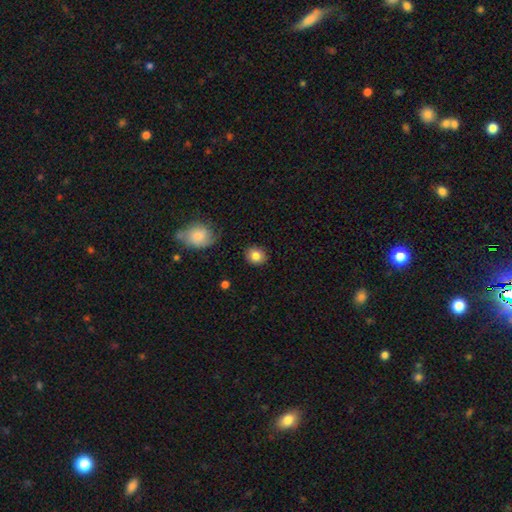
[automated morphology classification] smooth_or_featured: smooth (p=0.84) [alt: star or artifact p=0.09]
how_rounded: round (p=0.69) [alt: in between p=0.30]
merging: none (p=0.86) [alt: minor disturbance p=0.10]